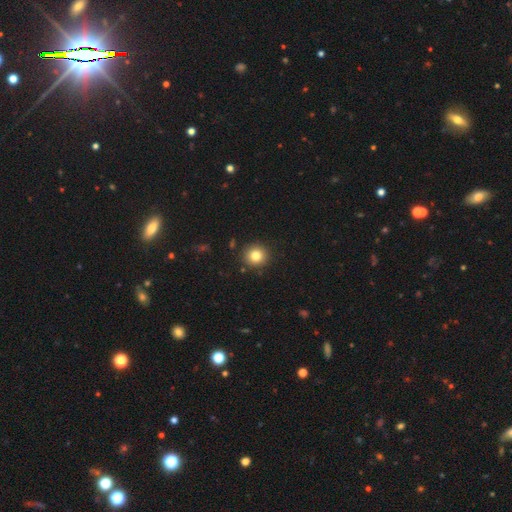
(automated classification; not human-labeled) Smooth or featured? Predicted: smooth (p=0.82). How rounded? Predicted: round (p=0.92). Merging? Predicted: none (p=0.90).